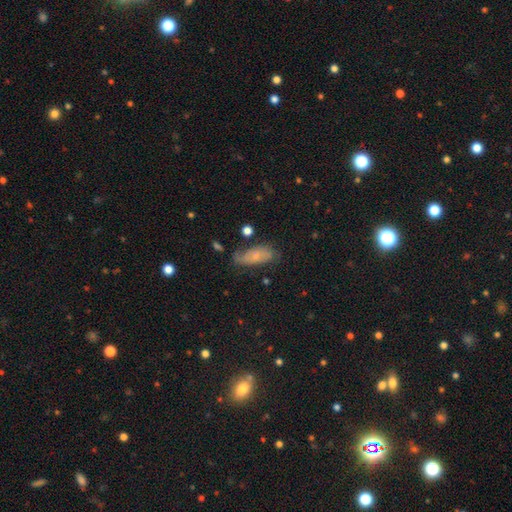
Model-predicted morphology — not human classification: The model was most divided on "smooth or featured": smooth: 49%, featured or disk: 40%, star or artifact: 10%. More confident: merging — none (59%).